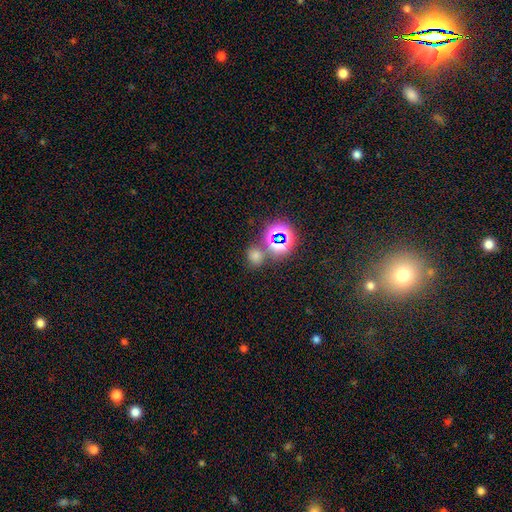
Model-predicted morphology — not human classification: Smooth or featured? Predicted: smooth (p=0.60). How rounded? Predicted: round (p=0.75). Merging? Predicted: none (p=0.67).